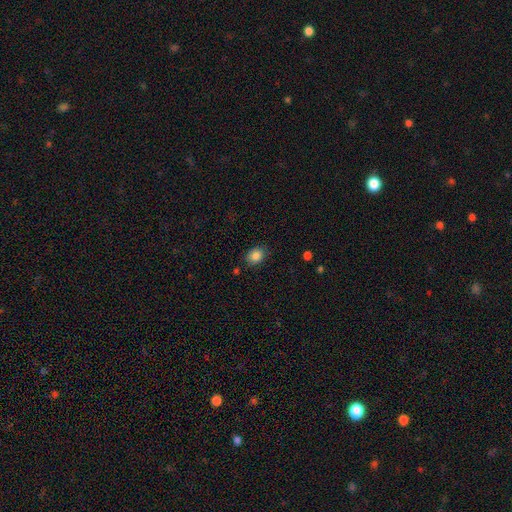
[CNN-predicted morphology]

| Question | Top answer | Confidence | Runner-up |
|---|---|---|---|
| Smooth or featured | smooth | 86% | star or artifact (9%) |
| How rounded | in between | 56% | round (43%) |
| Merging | none | 83% | minor disturbance (12%) |